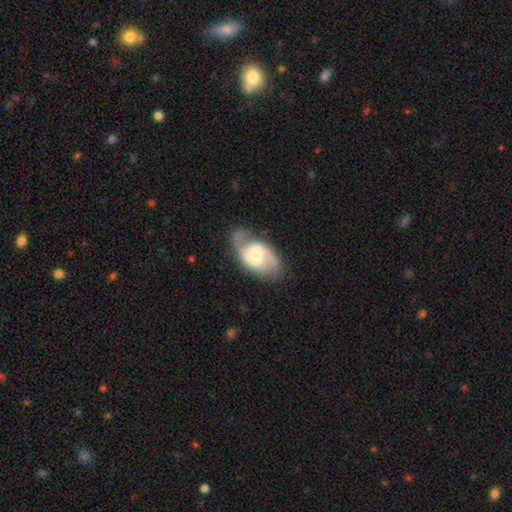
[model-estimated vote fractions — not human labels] Overall: featured or disk (81%). Edge-on disk: no (96%). Bar: no (47%; weak 42%). Spiral arms: yes (95%). Spiral arm count: 2 (87%). Spiral winding: medium (51%; loose 29%). Bulge size: moderate (50%; small 36%). Merging: none (71%).